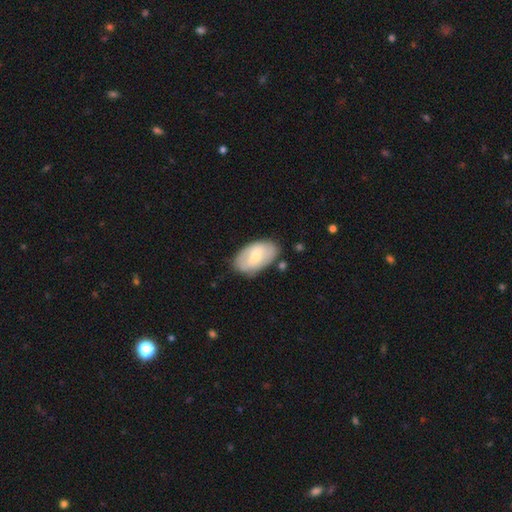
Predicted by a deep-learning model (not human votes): Smooth or featured? Predicted: smooth (p=0.53). How rounded? Predicted: in between (p=0.93). Merging? Predicted: none (p=0.74).